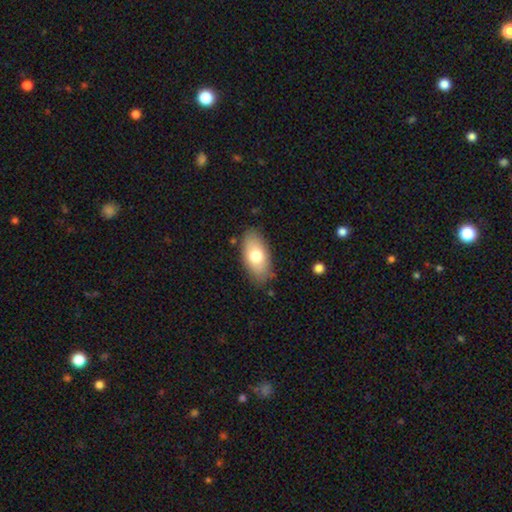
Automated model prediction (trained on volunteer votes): Smooth or featured?
  - smooth: 72% *
  - featured or disk: 21%
  - star or artifact: 7%
How rounded?
  - in between: 91% *
  - cigar-shaped: 5%
  - round: 4%
Merging?
  - none: 82% *
  - minor disturbance: 13%
  - major disturbance: 3%
  - merger: 2%